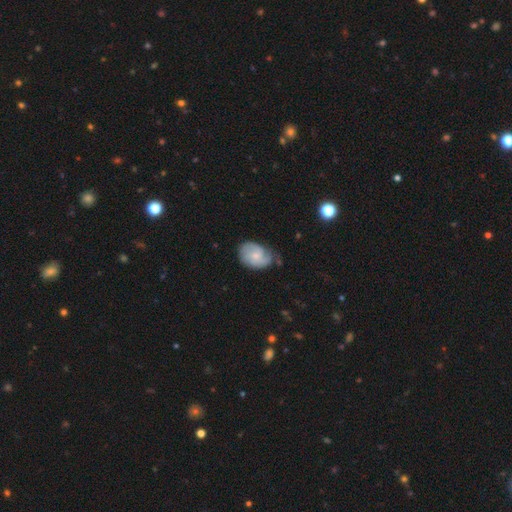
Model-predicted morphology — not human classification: A featured or disk galaxy (59%) with no bar (67%), 2 (44%) medium (43%) spiral arms (89%) and a small central bulge (62%). Merging: none (56%).